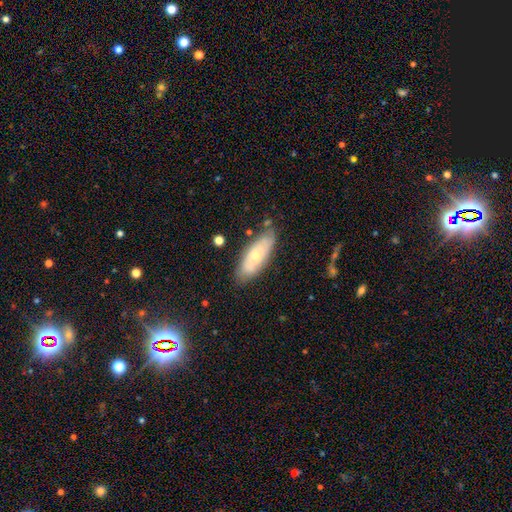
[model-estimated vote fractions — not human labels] smooth 51%, featured or disk 43%, star or artifact 7%. Down the decision tree: how rounded — in between (71%); merging — none (74%).